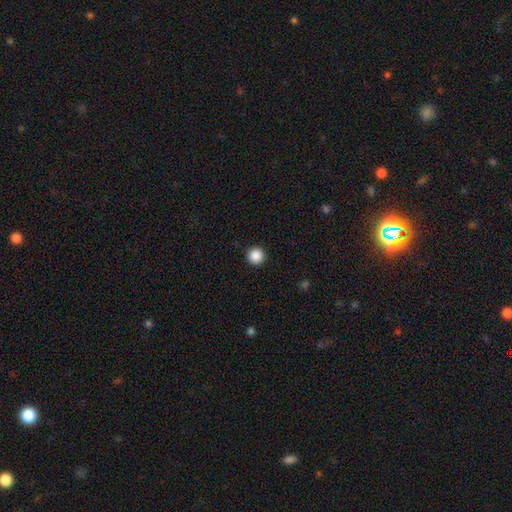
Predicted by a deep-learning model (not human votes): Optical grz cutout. It shows a smooth galaxy with no disk features (88%) that is round (97%). Merging: none (93%).